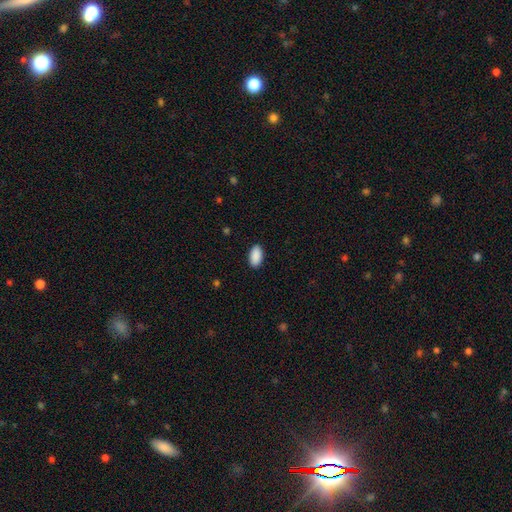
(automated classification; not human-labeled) This appears to be a smooth galaxy with no disk features (91%) that is in between round and cigar-shaped (95%). Merging: none (90%).